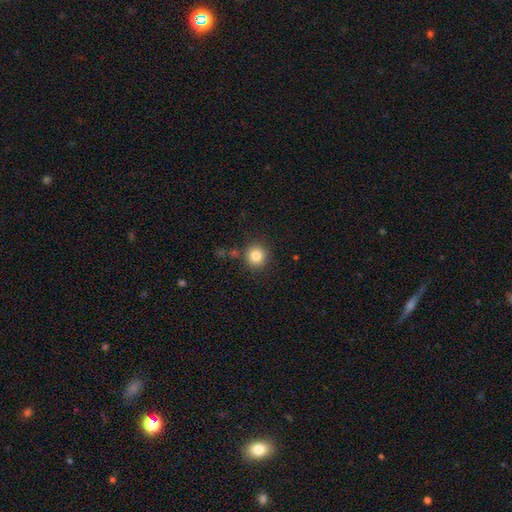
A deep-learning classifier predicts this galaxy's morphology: Q: Smooth or featured?
A: smooth (83%); runner-up: star or artifact (11%)
Q: How rounded?
A: round (93%); runner-up: in between (6%)
Q: Merging?
A: none (85%); runner-up: minor disturbance (8%)